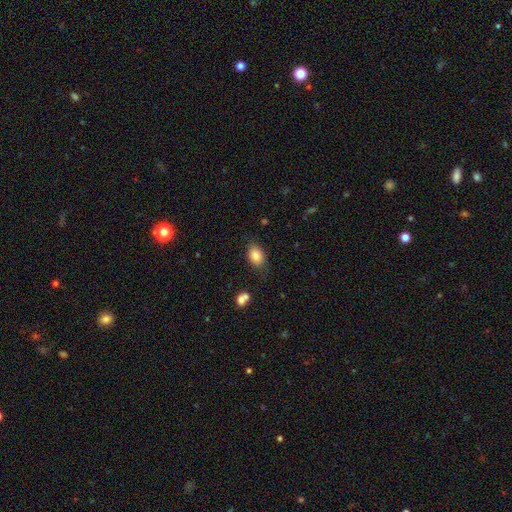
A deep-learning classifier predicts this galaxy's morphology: smooth-or-featured: smooth: 83% | star or artifact: 9% | featured or disk: 8%
  how-rounded: in between: 83% | round: 16% | cigar-shaped: 1%
  merging: none: 79% | minor disturbance: 15% | major disturbance: 4% | merger: 2%